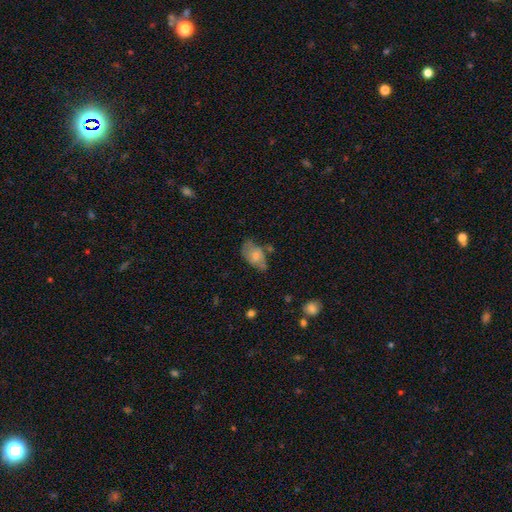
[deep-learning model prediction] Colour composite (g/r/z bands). It shows a smooth galaxy with no disk features (62%) that is in between round and cigar-shaped (88%). Merging: none (43%).